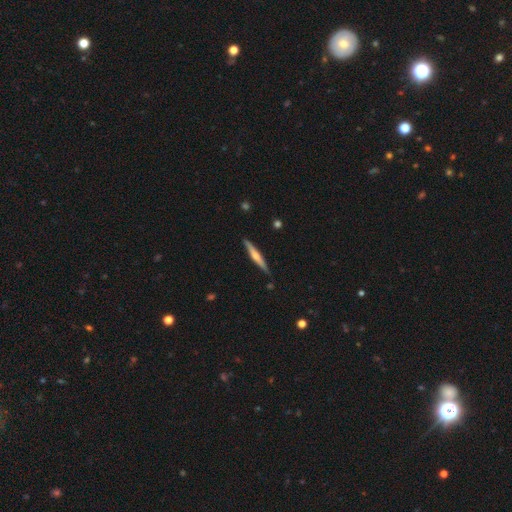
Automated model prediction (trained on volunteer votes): smooth_or_featured: featured or disk (p=0.60) [alt: smooth p=0.35]
disk_edge_on: yes (p=0.97) [alt: no p=0.03]
edge_on_bulge: rounded (p=0.77) [alt: none p=0.15]
merging: none (p=0.88) [alt: minor disturbance p=0.09]